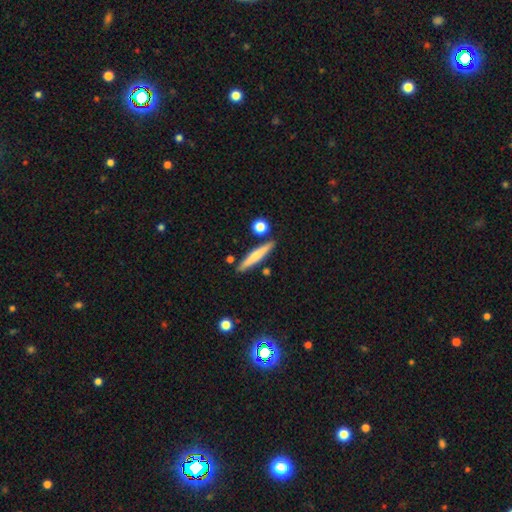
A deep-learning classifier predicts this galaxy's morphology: smooth-or-featured: smooth: 54% | featured or disk: 40% | star or artifact: 6%
  how-rounded: cigar-shaped: 90% | in between: 8% | round: 2%
  merging: none: 85% | minor disturbance: 8% | merger: 5% | major disturbance: 2%